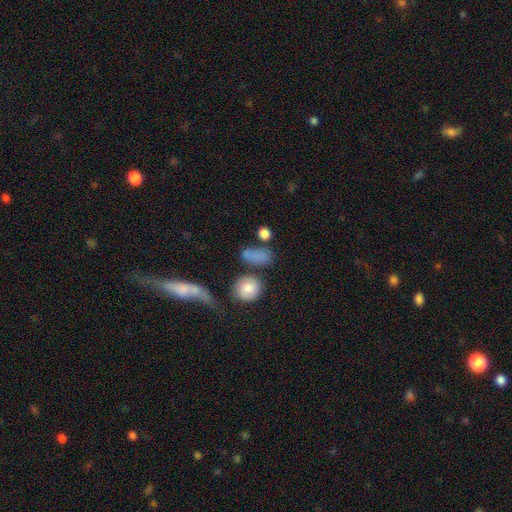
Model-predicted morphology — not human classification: This appears to be a smooth galaxy with no disk features (79%) that is in between round and cigar-shaped (70%). Merging: none (56%).